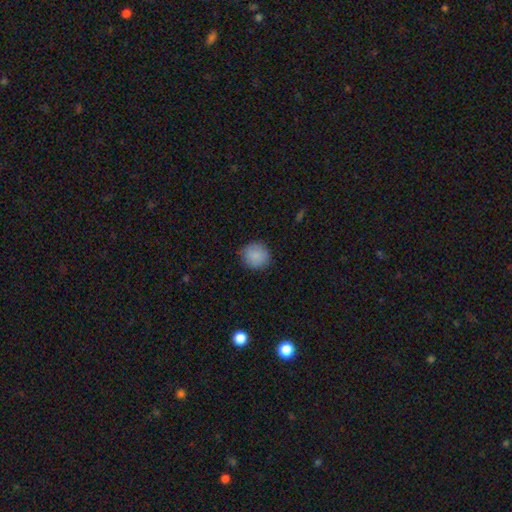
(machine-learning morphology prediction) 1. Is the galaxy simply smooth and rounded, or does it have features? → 87% smooth, 8% star or artifact, 6% featured or disk.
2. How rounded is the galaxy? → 90% round, 9% in between, 1% cigar-shaped.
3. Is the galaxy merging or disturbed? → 85% none, 12% minor disturbance, 3% major disturbance, 1% merger.